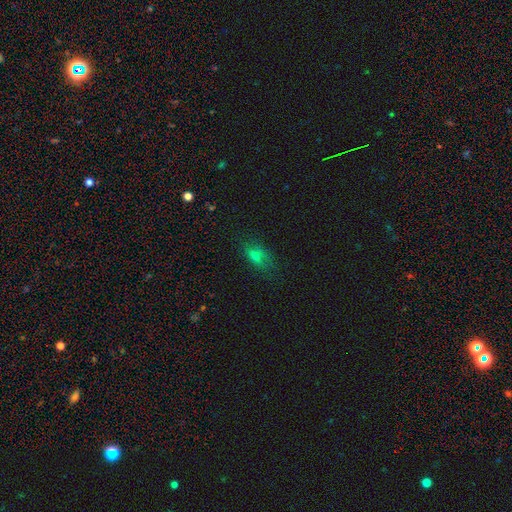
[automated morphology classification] Q: Smooth or featured?
A: smooth (63%); runner-up: star or artifact (19%)
Q: How rounded?
A: in between (78%); runner-up: round (11%)
Q: Merging?
A: none (71%); runner-up: minor disturbance (20%)